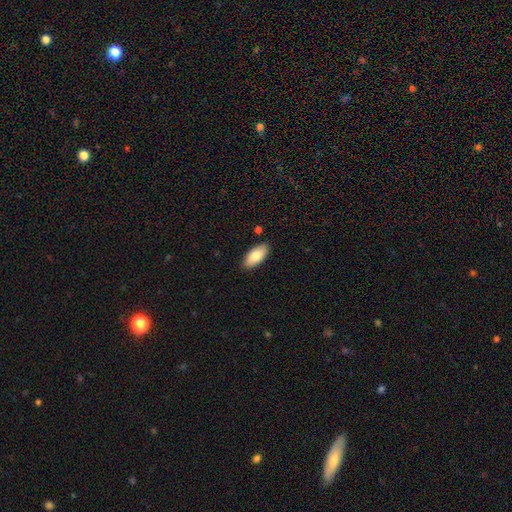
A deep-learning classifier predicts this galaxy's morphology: This appears to be a smooth galaxy with no disk features (80%) that is in between round and cigar-shaped (90%). Merging: none (88%).